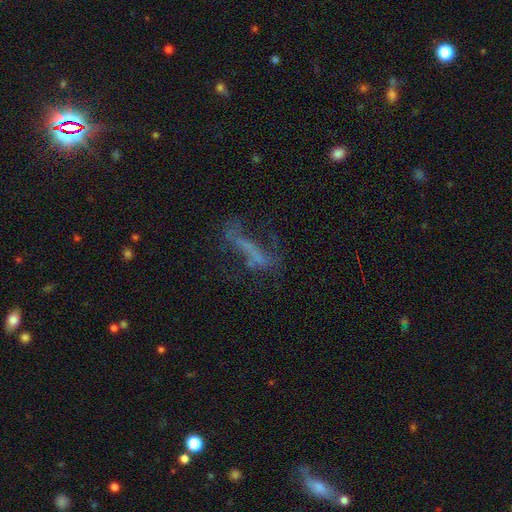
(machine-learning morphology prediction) The model was most divided on "merging": none: 41%, major disturbance: 34%, minor disturbance: 19%, merger: 7%. More confident: edge-on disk — no (77%); smooth or featured — featured or disk (51%).